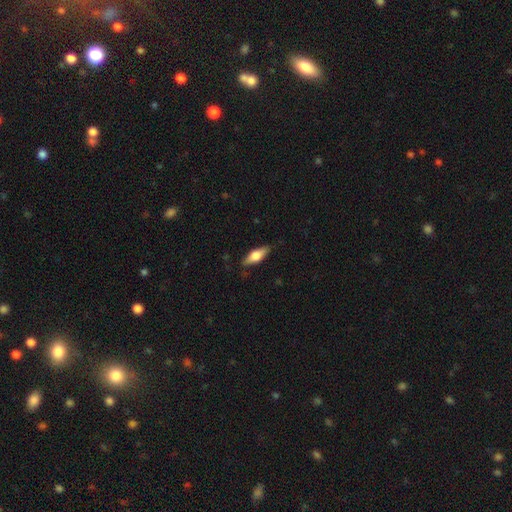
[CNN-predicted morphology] Smooth or featured? Predicted: smooth (p=0.53). How rounded? Predicted: in between (p=0.62). Merging? Predicted: none (p=0.83).